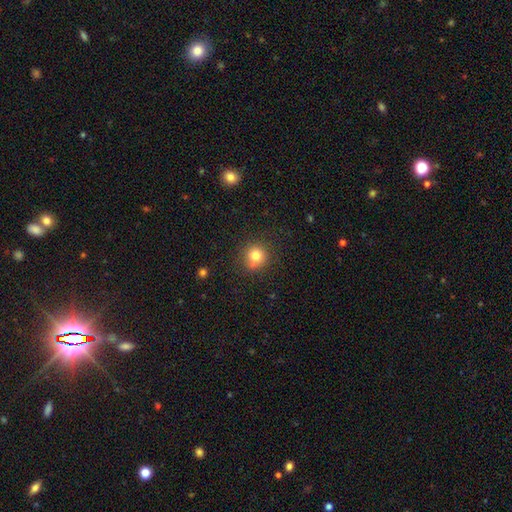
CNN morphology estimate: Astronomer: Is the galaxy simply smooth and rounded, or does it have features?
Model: smooth — 80%.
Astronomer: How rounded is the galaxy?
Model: round — 88%.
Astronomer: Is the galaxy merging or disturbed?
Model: none — 80%.